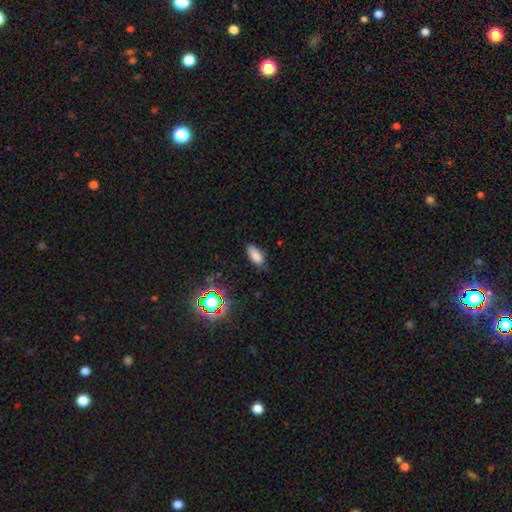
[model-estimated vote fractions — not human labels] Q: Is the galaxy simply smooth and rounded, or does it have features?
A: smooth — 81%.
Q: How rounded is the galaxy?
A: in between — 88%.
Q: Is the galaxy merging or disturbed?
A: none — 74%.